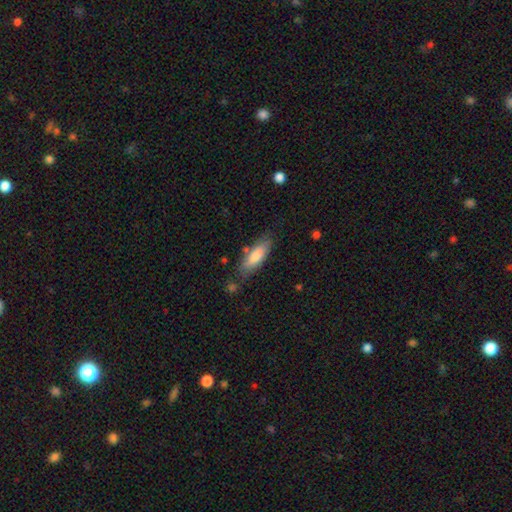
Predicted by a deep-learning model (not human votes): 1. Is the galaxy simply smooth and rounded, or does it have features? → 79% smooth, 15% featured or disk, 6% star or artifact.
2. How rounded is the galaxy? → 56% in between, 43% cigar-shaped, 2% round.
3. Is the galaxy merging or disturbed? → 74% none, 17% minor disturbance, 5% merger, 4% major disturbance.